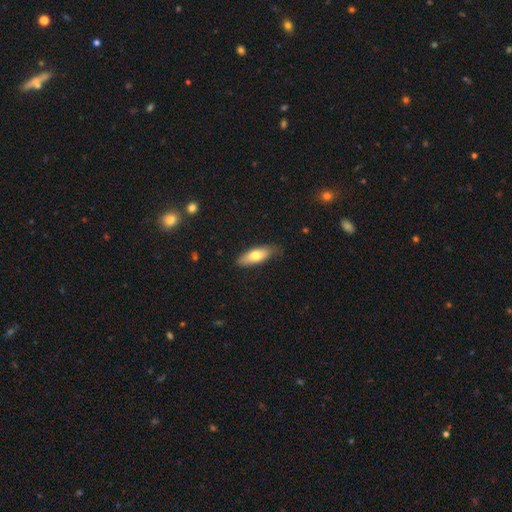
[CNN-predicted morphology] Smooth or featured?
  - smooth: 72% *
  - featured or disk: 22%
  - star or artifact: 6%
How rounded?
  - in between: 67% *
  - cigar-shaped: 31%
  - round: 2%
Merging?
  - none: 81% *
  - minor disturbance: 16%
  - major disturbance: 3%
  - merger: 1%